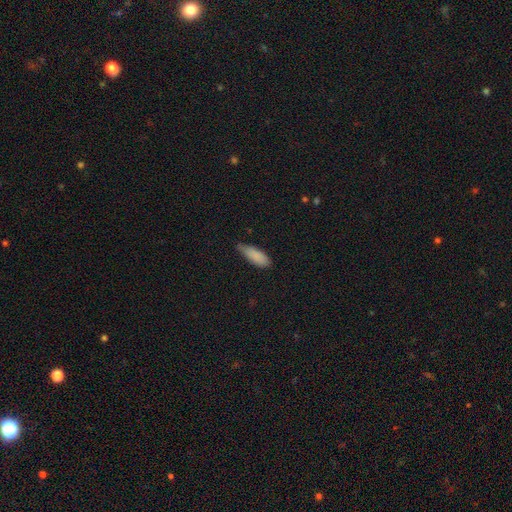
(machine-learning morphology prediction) smooth_or_featured: smooth (p=0.87) [alt: featured or disk p=0.07]
how_rounded: in between (p=0.66) [alt: cigar-shaped p=0.33]
merging: none (p=0.57) [alt: minor disturbance p=0.36]